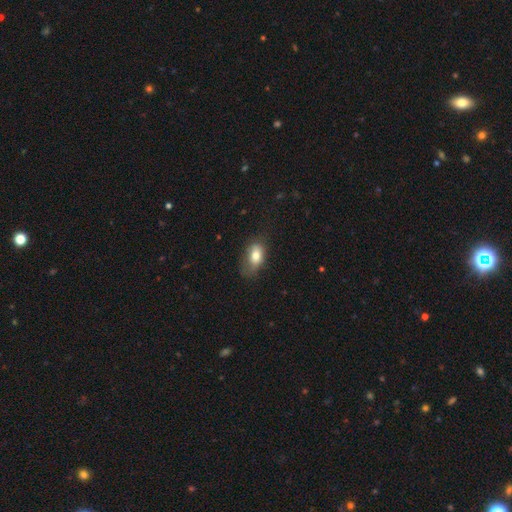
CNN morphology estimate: A smooth galaxy with no disk features (77%) that is in between round and cigar-shaped (88%). Merging: none (50%).